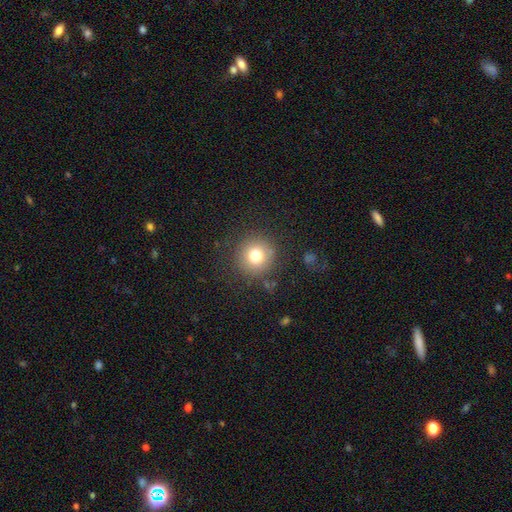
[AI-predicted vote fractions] smooth_or_featured: smooth (p=0.76) [alt: star or artifact p=0.12]
how_rounded: round (p=0.94) [alt: in between p=0.05]
merging: none (p=0.86) [alt: minor disturbance p=0.09]